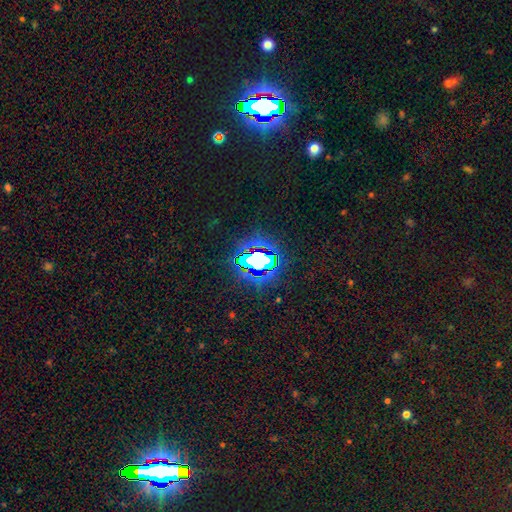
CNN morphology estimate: A star or artifact, not a galaxy (71%).

Vote fractions:
- Smooth or featured? star or artifact: 71% / smooth: 17% / featured or disk: 12%